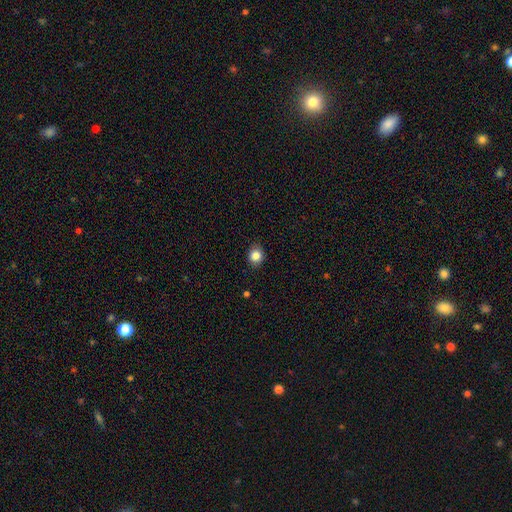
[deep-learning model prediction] Smooth or featured? smooth (84%)
How rounded? round (66%)
Merging? none (87%)